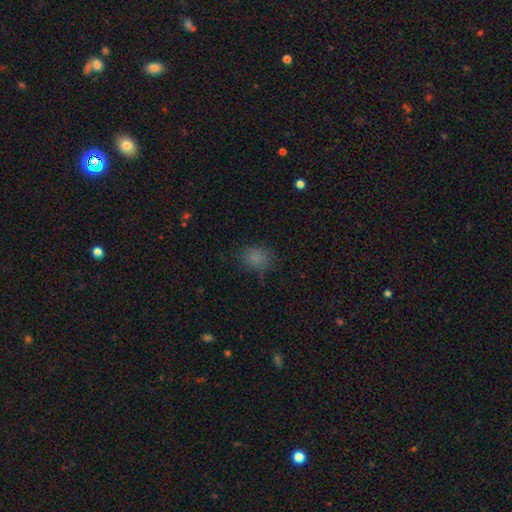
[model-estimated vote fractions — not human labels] smooth_or_featured: smooth (p=0.78) [alt: star or artifact p=0.17]
how_rounded: round (p=0.59) [alt: in between p=0.40]
merging: none (p=0.80) [alt: minor disturbance p=0.14]